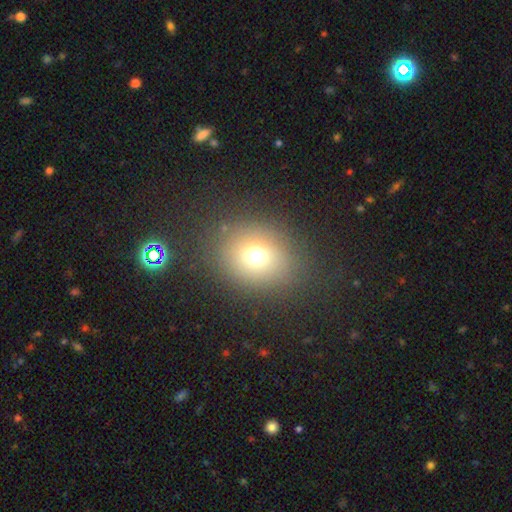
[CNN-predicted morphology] smooth 69%, star or artifact 20%, featured or disk 11%. Down the decision tree: how rounded — round (66%); merging — none (82%).